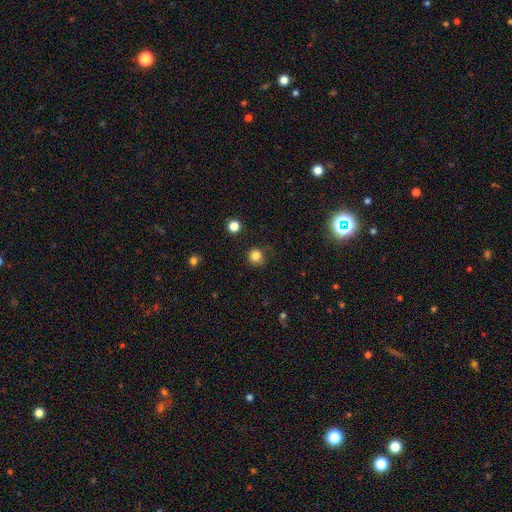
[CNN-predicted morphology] type=smooth (83%); roundness=round (93%); merging=none (81%).